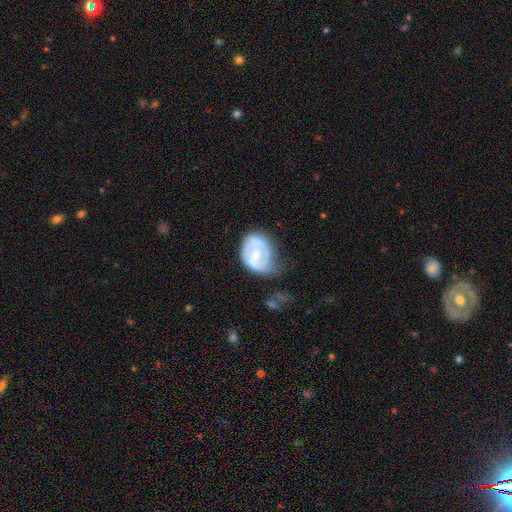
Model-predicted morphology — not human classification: This appears to be a featured or disk galaxy (64%) with no bar (47%), spiral arms (58%) and a moderate central bulge (54%). Merging: minor disturbance (37%).